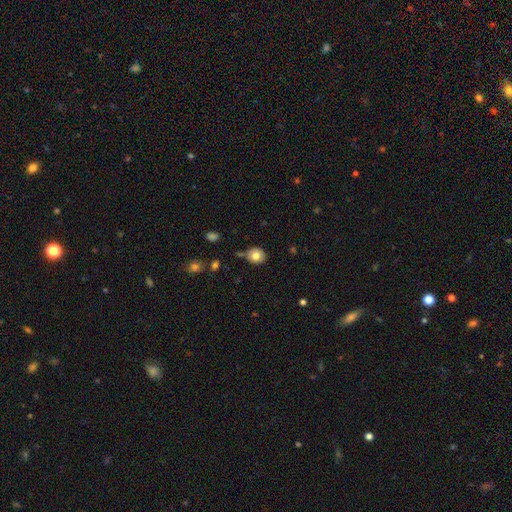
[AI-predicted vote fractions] This appears to be a smooth galaxy with no disk features (79%) that is round (74%). Merging: none (78%).